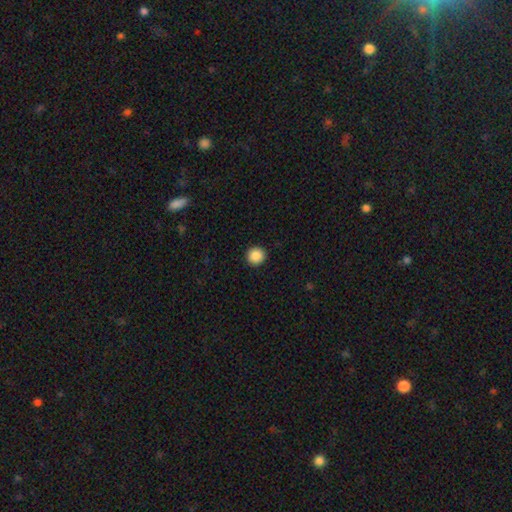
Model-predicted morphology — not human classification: smooth-or-featured: smooth: 88% | star or artifact: 9% | featured or disk: 3%
  how-rounded: round: 94% | in between: 5% | cigar-shaped: 1%
  merging: none: 92% | minor disturbance: 5% | major disturbance: 2% | merger: 1%